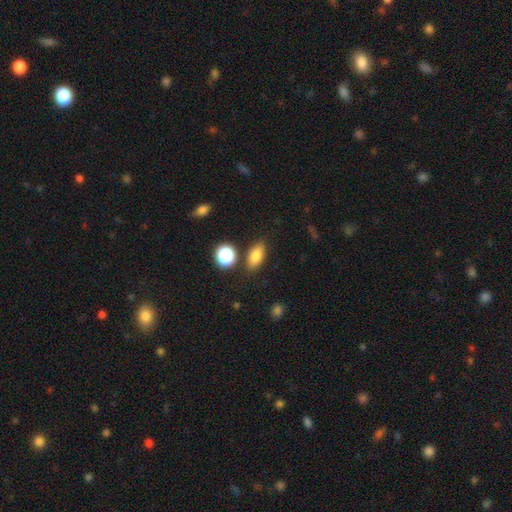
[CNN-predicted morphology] type=smooth (80%); roundness=in between (81%); merging=none (82%).